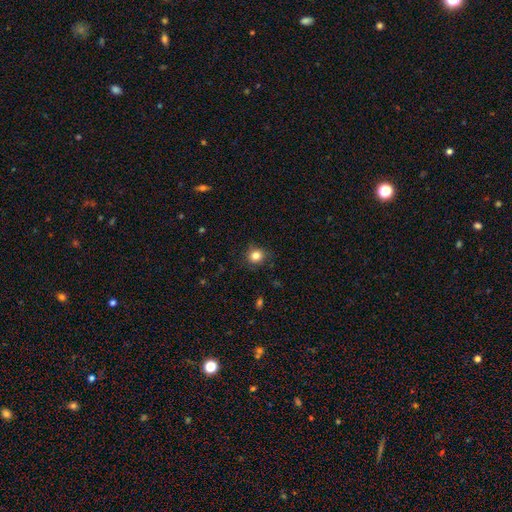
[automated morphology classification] This is clearly a smooth galaxy (83%). How rounded: clearly round (86%). Merging: clearly none (82%).